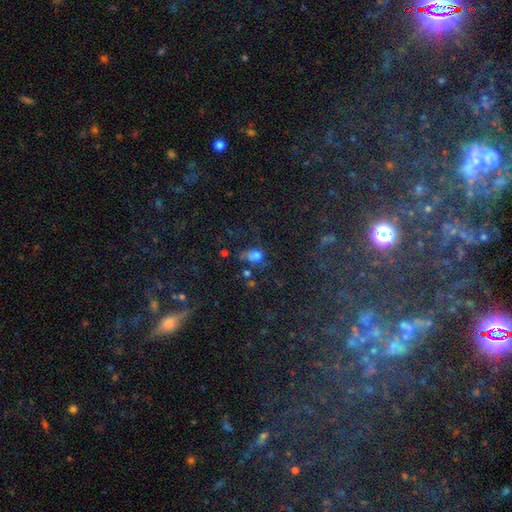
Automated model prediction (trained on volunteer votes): Overall: smooth (52%; star or artifact 28%). How rounded: round (53%; in between 44%). Merging: none (42%; major disturbance 23%).